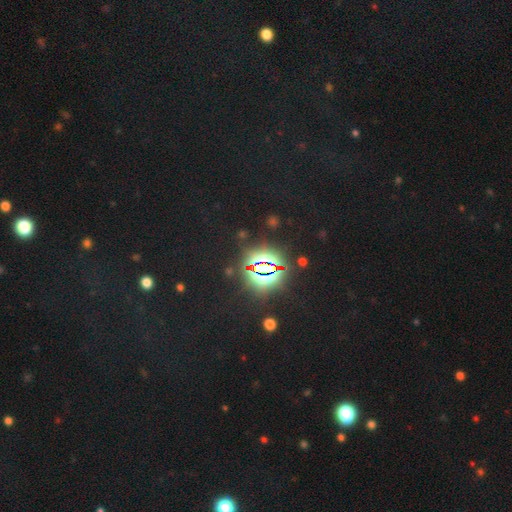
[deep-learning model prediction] Smooth or featured?
  - star or artifact: 80% *
  - smooth: 12%
  - featured or disk: 8%